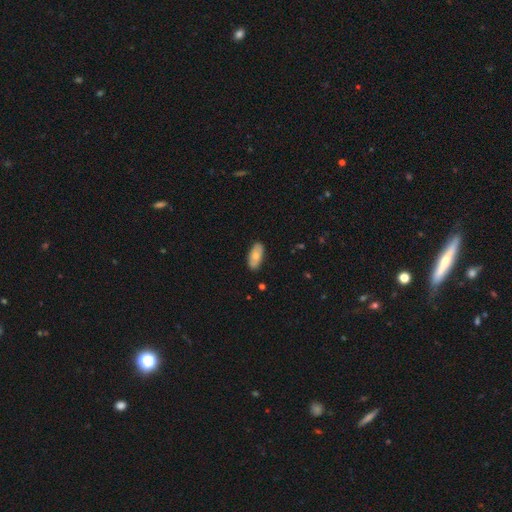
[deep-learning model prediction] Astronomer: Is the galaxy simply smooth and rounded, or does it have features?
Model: smooth — 75%.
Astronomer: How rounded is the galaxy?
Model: in between — 89%.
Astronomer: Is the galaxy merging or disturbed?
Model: none — 86%.